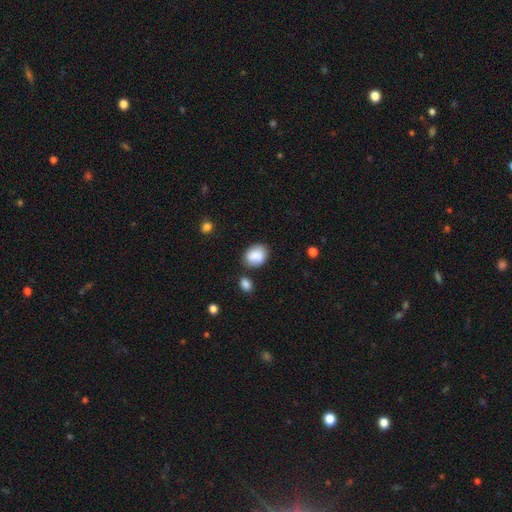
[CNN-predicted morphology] Smooth or featured: smooth — 85% (star or artifact — 8%)
How rounded: in between — 66% (round — 33%)
Merging: none — 65% (minor disturbance — 19%)